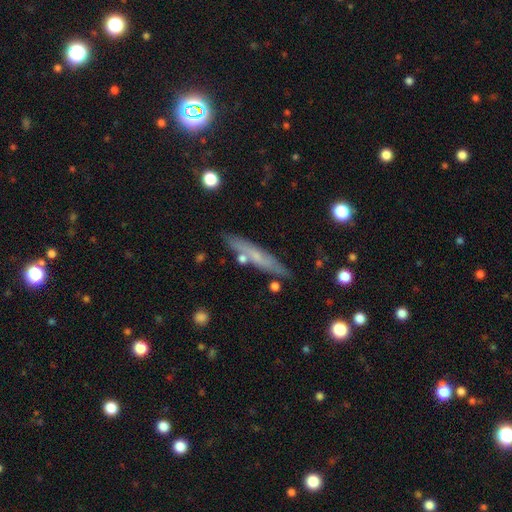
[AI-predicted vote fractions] Overall: smooth (50%; featured or disk 42%). How rounded: cigar-shaped (88%). Merging: none (79%).